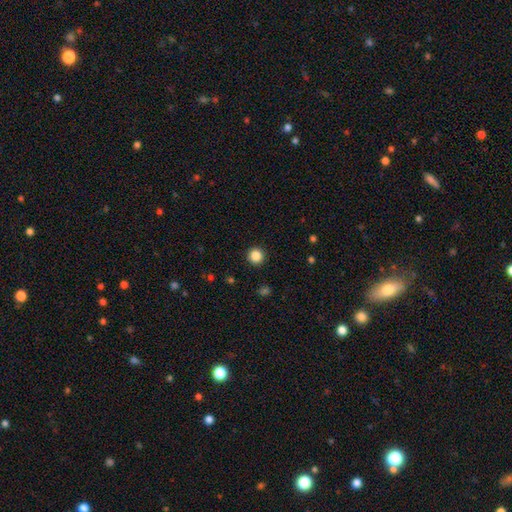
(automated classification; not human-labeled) Overall: smooth (86%). How rounded: round (96%). Merging: none (93%).